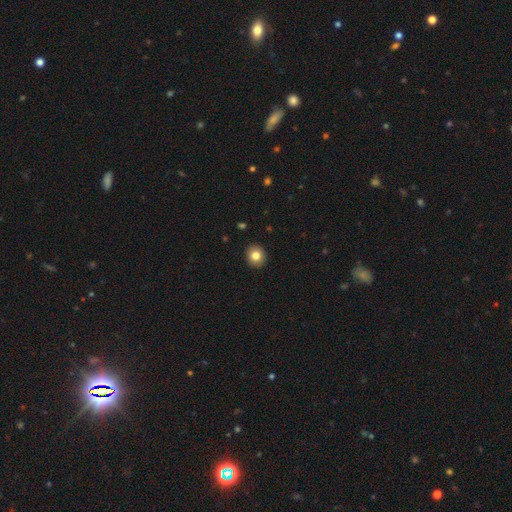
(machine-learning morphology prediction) smooth_or_featured: smooth (p=0.82) [alt: star or artifact p=0.10]
how_rounded: round (p=0.79) [alt: in between p=0.20]
merging: none (p=0.92) [alt: minor disturbance p=0.05]